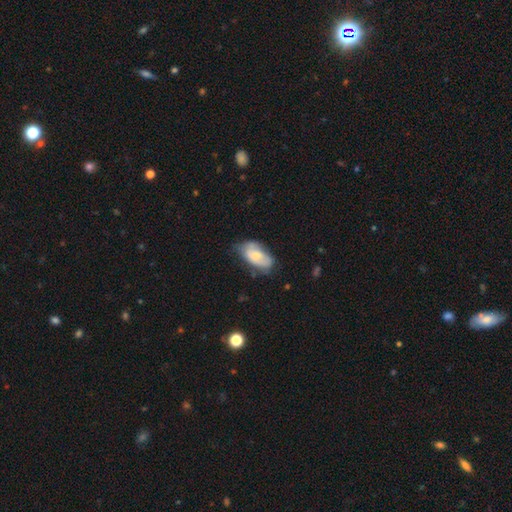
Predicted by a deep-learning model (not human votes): Q: Smooth or featured?
A: smooth (58%); runner-up: featured or disk (35%)
Q: How rounded?
A: in between (93%); runner-up: round (4%)
Q: Merging?
A: none (49%); runner-up: minor disturbance (37%)